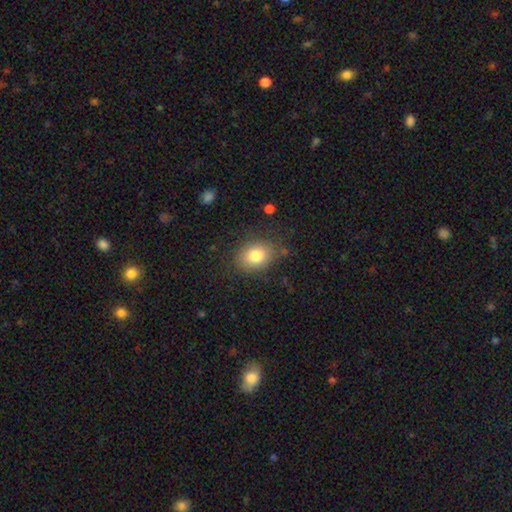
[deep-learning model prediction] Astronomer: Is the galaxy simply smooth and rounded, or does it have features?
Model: smooth — 80%.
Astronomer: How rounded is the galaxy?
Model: in between — 59% (runner-up: round, 40%).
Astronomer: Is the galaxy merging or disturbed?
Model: none — 78%.